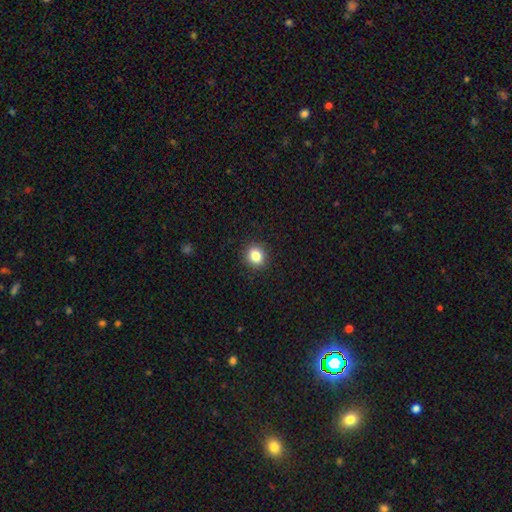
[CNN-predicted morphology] smooth_or_featured: smooth (p=0.84) [alt: star or artifact p=0.11]
how_rounded: round (p=0.77) [alt: in between p=0.22]
merging: none (p=0.91) [alt: minor disturbance p=0.06]